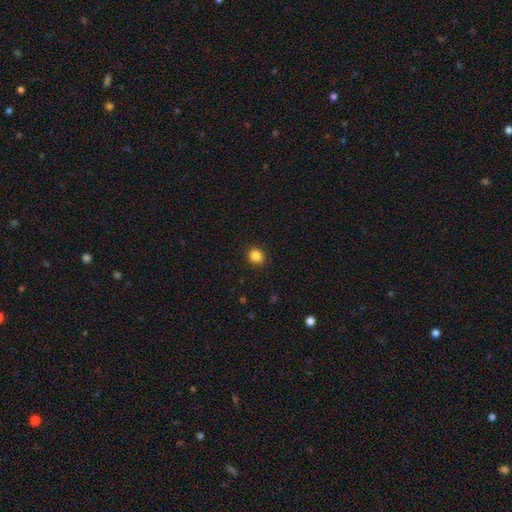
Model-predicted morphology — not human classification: Overall: smooth (85%). How rounded: round (81%). Merging: none (91%).